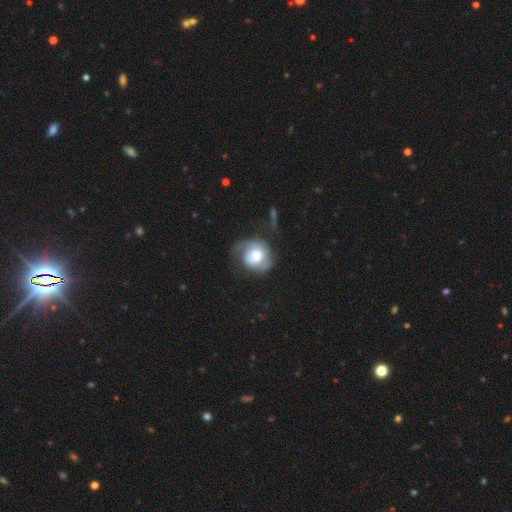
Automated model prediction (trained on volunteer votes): Morphology: type=smooth (49%); merging=none (41%).